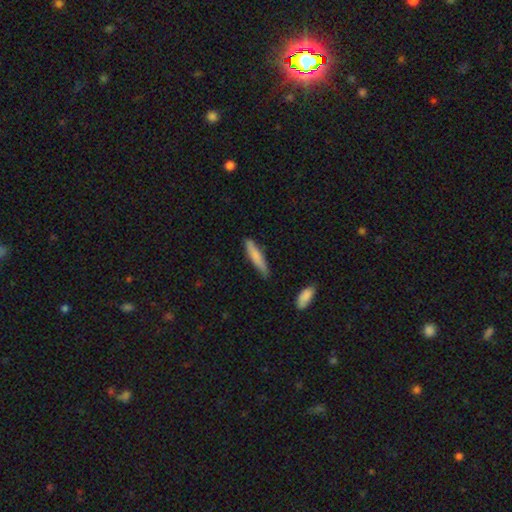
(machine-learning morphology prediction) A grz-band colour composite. It shows a smooth galaxy with no disk features (77%) that is cigar-shaped (86%). Merging: none (79%).